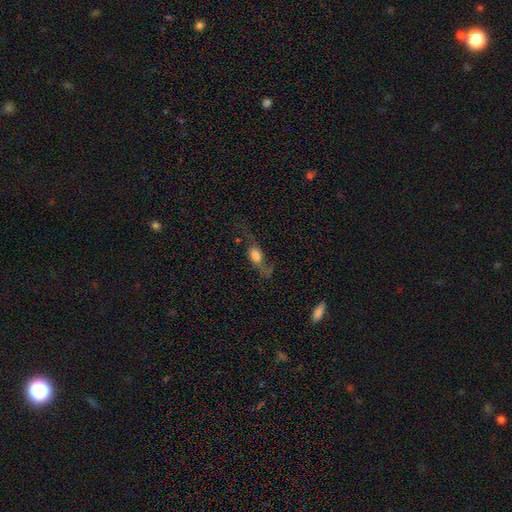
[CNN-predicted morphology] featured or disk 45%, smooth 44%, star or artifact 10%. Down the decision tree: merging — none (39%).